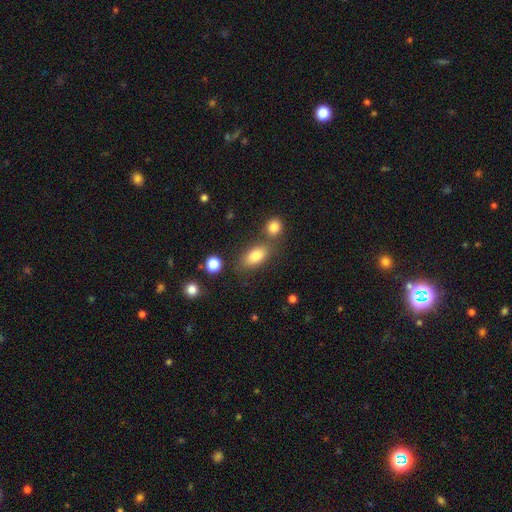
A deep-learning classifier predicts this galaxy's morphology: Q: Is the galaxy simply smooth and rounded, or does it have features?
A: smooth — 81%.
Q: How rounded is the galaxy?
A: in between — 88%.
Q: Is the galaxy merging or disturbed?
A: none — 65%.